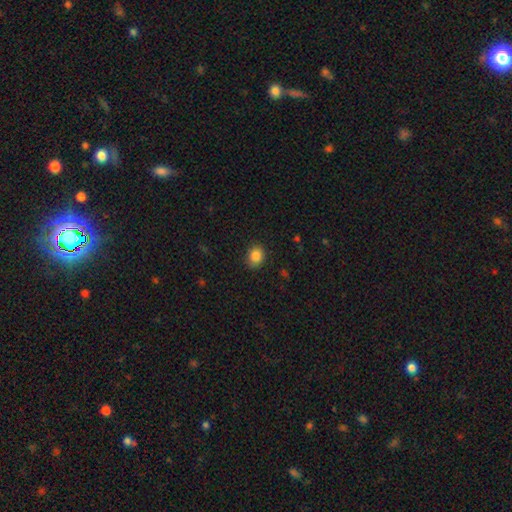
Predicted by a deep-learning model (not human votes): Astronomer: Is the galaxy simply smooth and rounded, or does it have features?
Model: smooth — 86%.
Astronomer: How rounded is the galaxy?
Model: round — 57% (runner-up: in between, 42%).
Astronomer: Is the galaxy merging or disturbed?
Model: none — 84%.